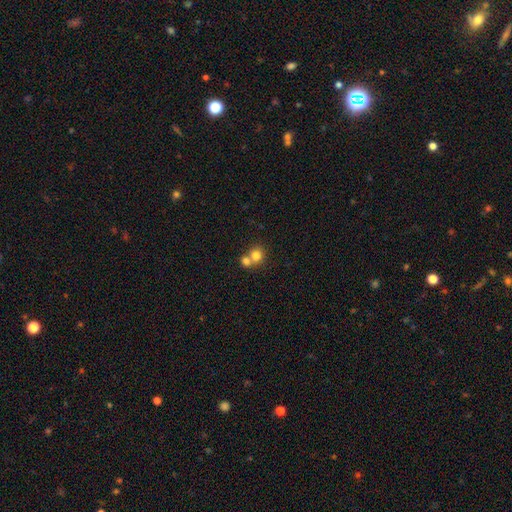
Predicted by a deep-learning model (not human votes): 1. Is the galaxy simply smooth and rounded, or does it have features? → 78% smooth, 11% star or artifact, 11% featured or disk.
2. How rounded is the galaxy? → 83% round, 16% in between, 1% cigar-shaped.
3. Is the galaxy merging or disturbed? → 54% merger, 38% none, 5% minor disturbance, 2% major disturbance.